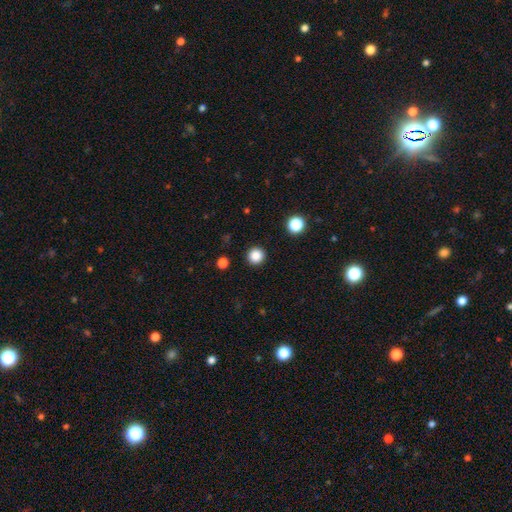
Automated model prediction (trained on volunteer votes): A smooth galaxy with no disk features (86%) that is round (96%). Merging: none (93%).